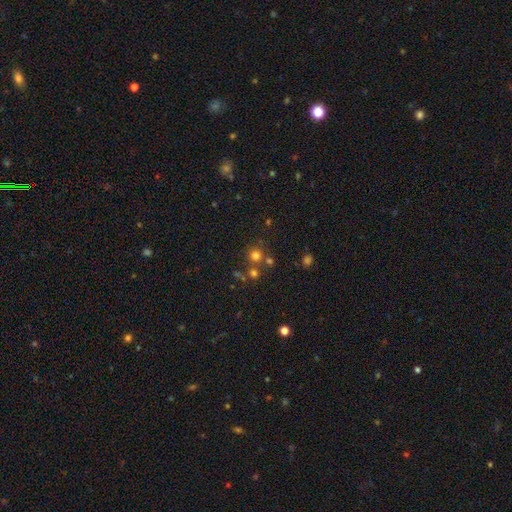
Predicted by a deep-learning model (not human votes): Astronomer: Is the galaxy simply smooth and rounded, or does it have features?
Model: smooth — 69%.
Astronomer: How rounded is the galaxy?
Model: round — 92%.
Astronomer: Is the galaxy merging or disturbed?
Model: none — 69%.